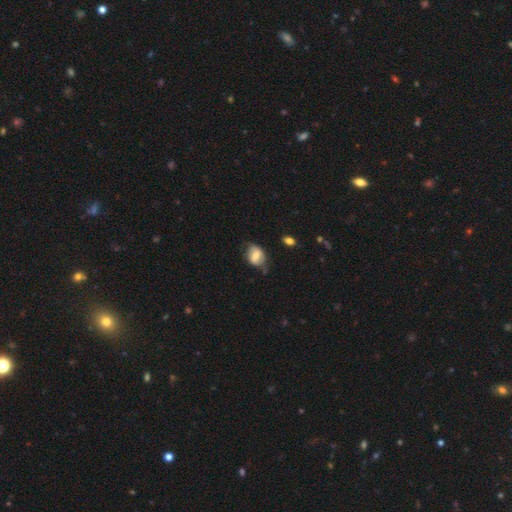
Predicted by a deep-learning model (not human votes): Morphology: type=smooth (54%); roundness=in between (71%); merging=none (56%).